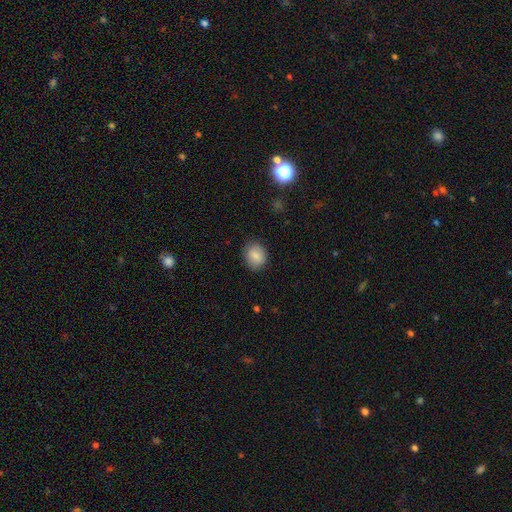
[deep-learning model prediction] Smooth or featured?
  - smooth: 85% *
  - star or artifact: 8%
  - featured or disk: 7%
How rounded?
  - round: 54% *
  - in between: 45%
  - cigar-shaped: 1%
Merging?
  - none: 84% *
  - minor disturbance: 12%
  - major disturbance: 3%
  - merger: 1%